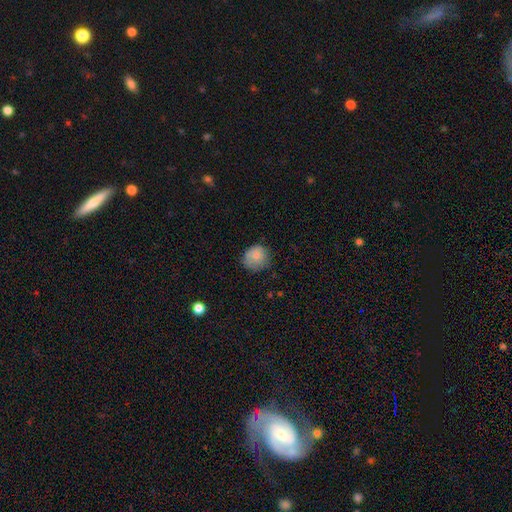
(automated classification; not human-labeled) Smooth or featured: smooth — 82% (featured or disk — 10%)
How rounded: round — 82% (in between — 17%)
Merging: none — 67% (minor disturbance — 25%)